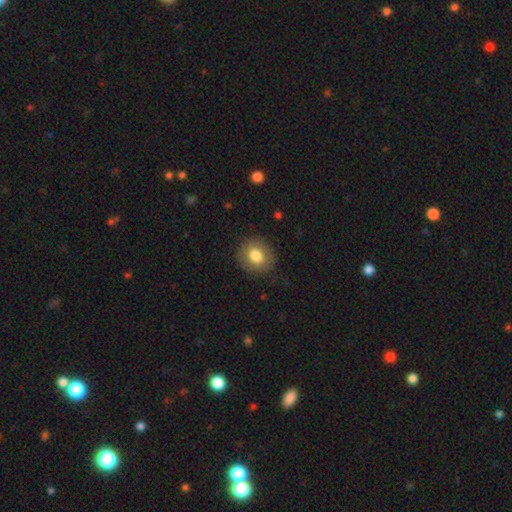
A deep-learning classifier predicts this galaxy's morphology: type=smooth (78%); roundness=round (79%); merging=none (86%).